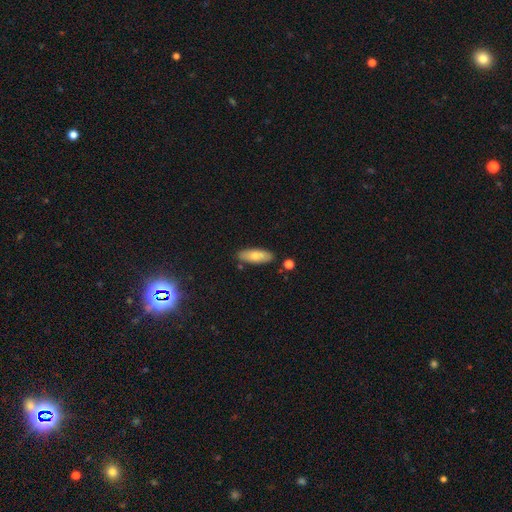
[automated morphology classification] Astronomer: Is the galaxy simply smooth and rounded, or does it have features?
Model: smooth — 71%.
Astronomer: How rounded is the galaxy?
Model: in between — 69%.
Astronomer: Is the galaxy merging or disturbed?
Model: none — 83%.